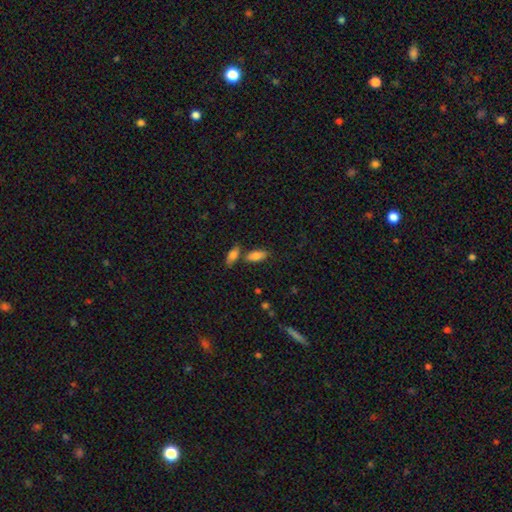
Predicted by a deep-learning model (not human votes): Smooth or featured? smooth (81%)
How rounded? in between (82%)
Merging? none (59%)